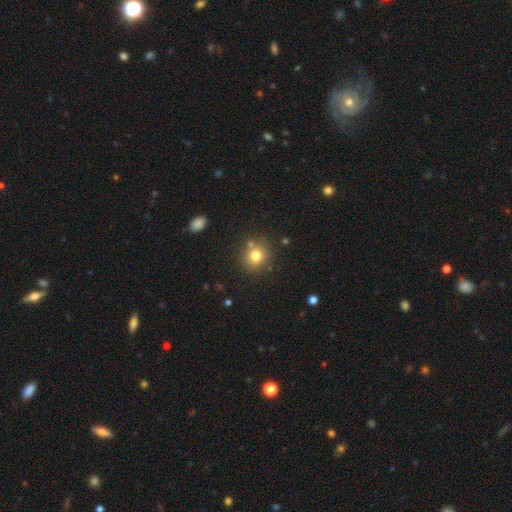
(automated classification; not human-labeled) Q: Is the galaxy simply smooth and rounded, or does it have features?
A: smooth — 77%.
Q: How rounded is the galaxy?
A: round — 87%.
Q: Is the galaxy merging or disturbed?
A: none — 81%.